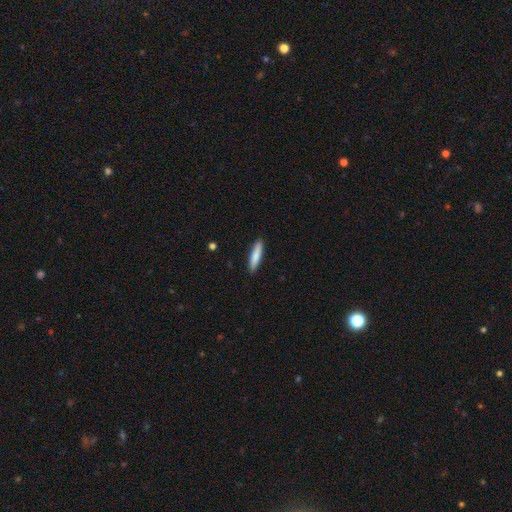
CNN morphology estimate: Smooth or featured? Predicted: smooth (p=0.82). How rounded? Predicted: cigar-shaped (p=0.84). Merging? Predicted: none (p=0.91).